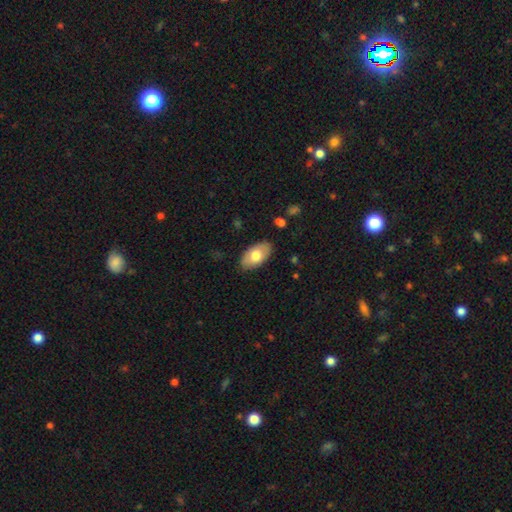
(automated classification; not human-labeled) This is likely a smooth galaxy (71%). How rounded: clearly in between (95%). Merging: clearly none (85%).